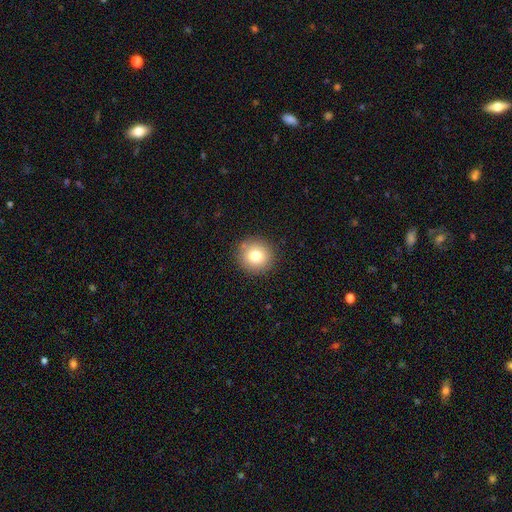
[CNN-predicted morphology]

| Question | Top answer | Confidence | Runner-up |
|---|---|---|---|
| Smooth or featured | smooth | 78% | star or artifact (11%) |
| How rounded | round | 93% | in between (6%) |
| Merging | none | 89% | minor disturbance (7%) |